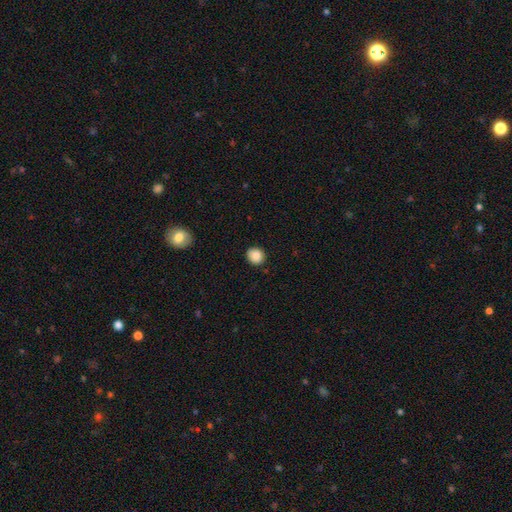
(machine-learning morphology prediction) This appears to be a smooth galaxy with no disk features (87%) that is round (86%). Merging: none (88%).